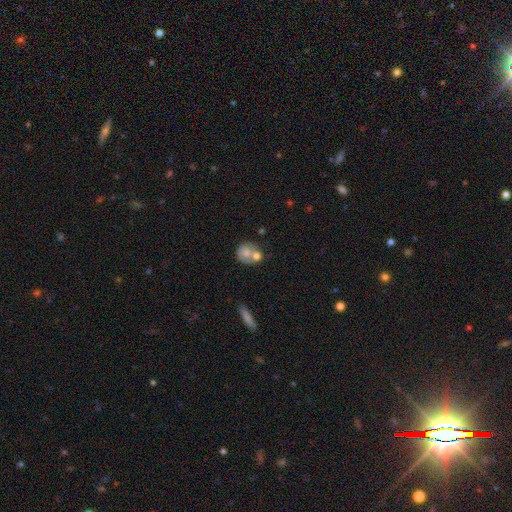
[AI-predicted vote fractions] Q: Smooth or featured?
A: smooth (60%); runner-up: featured or disk (32%)
Q: How rounded?
A: round (72%); runner-up: in between (27%)
Q: Merging?
A: merger (50%); runner-up: none (32%)